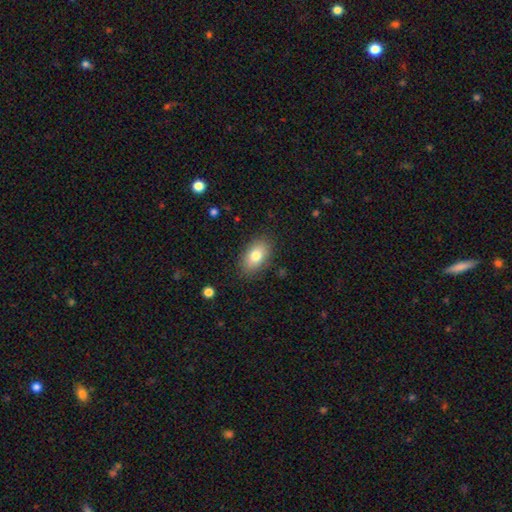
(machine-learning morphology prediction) Smooth or featured? smooth (79%)
How rounded? in between (90%)
Merging? none (85%)